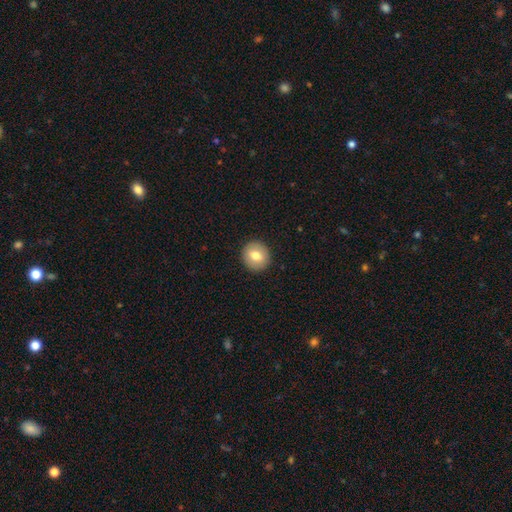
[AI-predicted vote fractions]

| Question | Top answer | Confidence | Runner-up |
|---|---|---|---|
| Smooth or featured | smooth | 74% | featured or disk (18%) |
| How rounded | round | 87% | in between (12%) |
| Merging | none | 91% | minor disturbance (6%) |